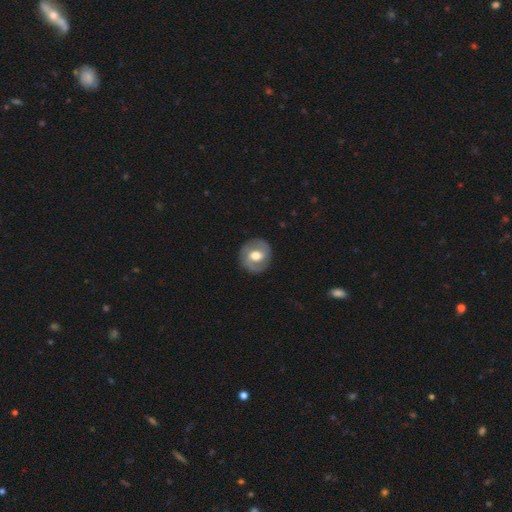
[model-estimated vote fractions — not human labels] featured or disk 56%, smooth 38%, star or artifact 6%. Down the decision tree: edge-on disk — no (96%); bar — no (44%); spiral arms — yes (56%); bulge size — moderate (63%); merging — none (85%).